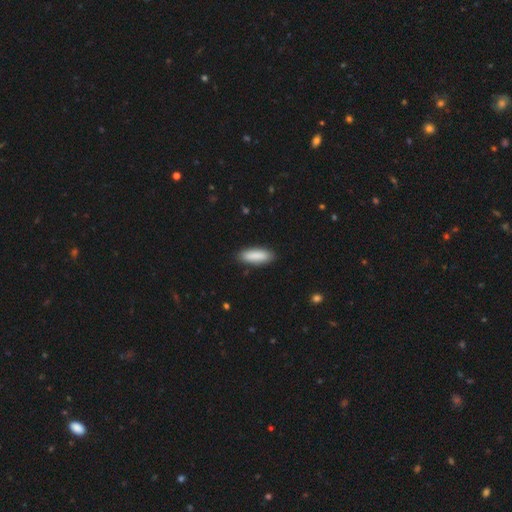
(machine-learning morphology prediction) Q: Smooth or featured?
A: smooth (88%); runner-up: featured or disk (6%)
Q: How rounded?
A: in between (55%); runner-up: cigar-shaped (44%)
Q: Merging?
A: none (88%); runner-up: minor disturbance (9%)